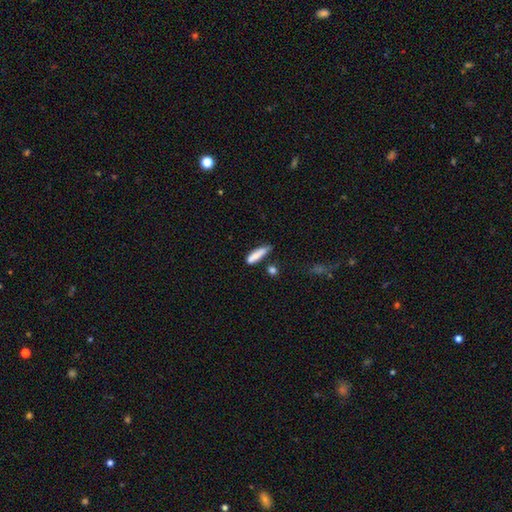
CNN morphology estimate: smooth-or-featured: smooth: 80% | featured or disk: 13% | star or artifact: 7%
  how-rounded: cigar-shaped: 70% | in between: 28% | round: 2%
  merging: none: 55% | minor disturbance: 27% | merger: 10% | major disturbance: 8%